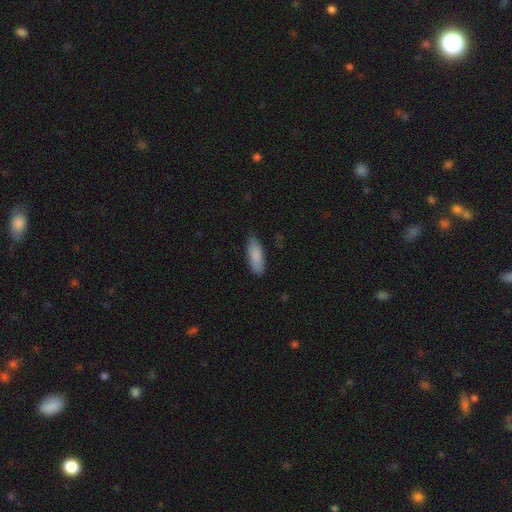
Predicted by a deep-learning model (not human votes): Morphology: type=smooth (87%); roundness=in between (66%); merging=none (78%).